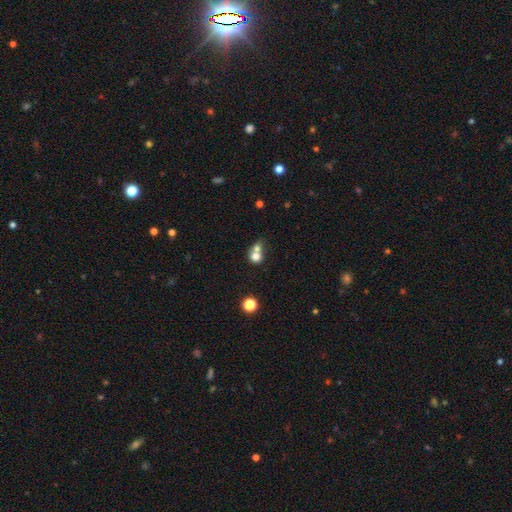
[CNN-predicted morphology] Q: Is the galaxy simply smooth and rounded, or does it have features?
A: smooth — 73%.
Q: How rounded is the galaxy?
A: round — 74%.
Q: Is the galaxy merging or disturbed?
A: merger — 60%.